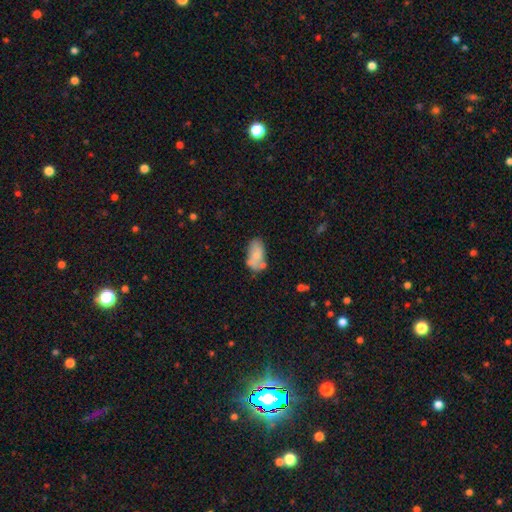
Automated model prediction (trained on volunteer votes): Smooth or featured?
  - smooth: 72% *
  - featured or disk: 21%
  - star or artifact: 7%
How rounded?
  - in between: 93% *
  - round: 4%
  - cigar-shaped: 3%
Merging?
  - none: 48% *
  - minor disturbance: 25%
  - merger: 18%
  - major disturbance: 9%